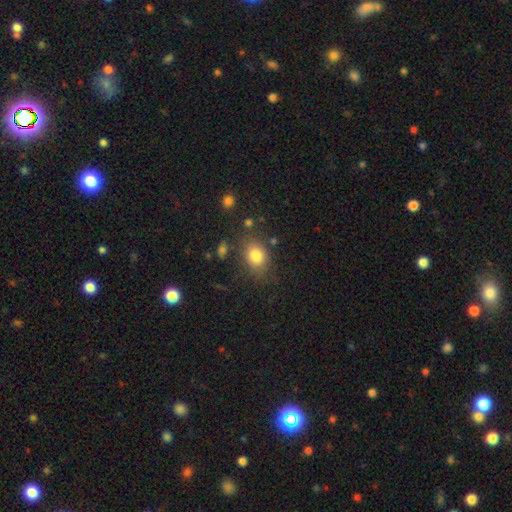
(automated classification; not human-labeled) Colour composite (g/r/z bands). It shows a smooth galaxy with no disk features (81%) that is in between round and cigar-shaped (59%). Merging: none (73%).